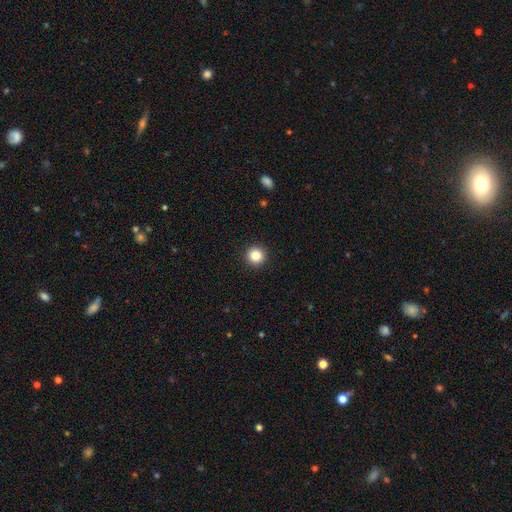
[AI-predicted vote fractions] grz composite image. It shows a smooth galaxy with no disk features (85%) that is round (96%). Merging: none (93%).